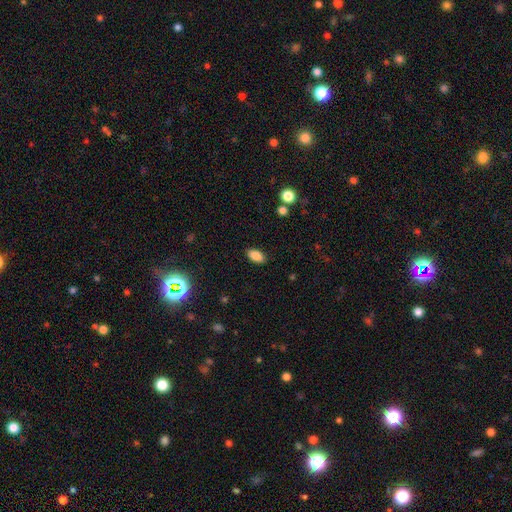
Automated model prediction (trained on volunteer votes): Q: Smooth or featured?
A: smooth (86%); runner-up: star or artifact (10%)
Q: How rounded?
A: in between (91%); runner-up: round (5%)
Q: Merging?
A: none (87%); runner-up: minor disturbance (9%)